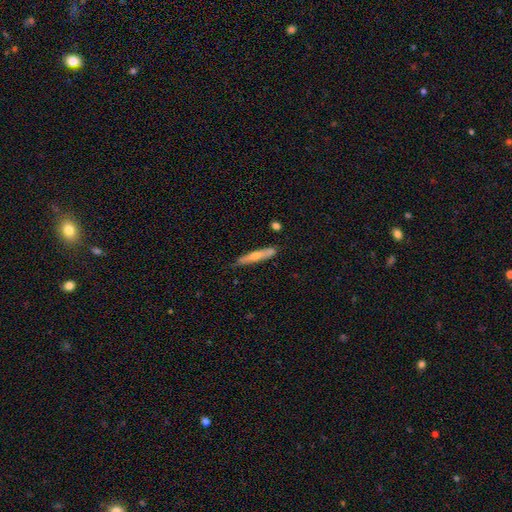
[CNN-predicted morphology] A featured or disk galaxy (49%). Merging: none (77%).